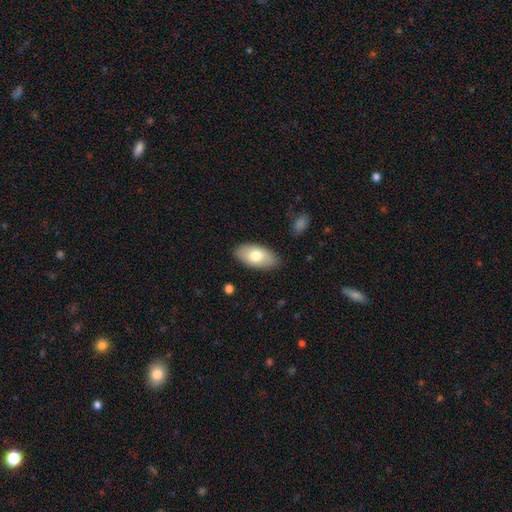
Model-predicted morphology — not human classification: A smooth galaxy with no disk features (72%) that is in between round and cigar-shaped (94%).

Vote fractions:
- Smooth or featured? smooth: 72% / featured or disk: 22% / star or artifact: 6%
- How rounded? in between: 94% / cigar-shaped: 3% / round: 3%
- Merging? none: 86% / minor disturbance: 10% / major disturbance: 2% / merger: 1%